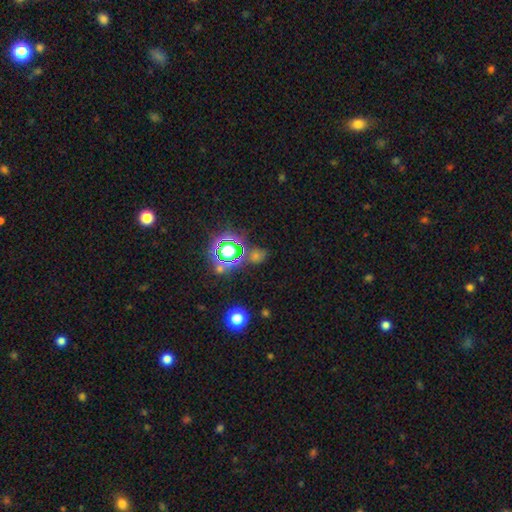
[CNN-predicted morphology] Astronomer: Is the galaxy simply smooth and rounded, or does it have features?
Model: star or artifact — 57% (runner-up: smooth, 35%).